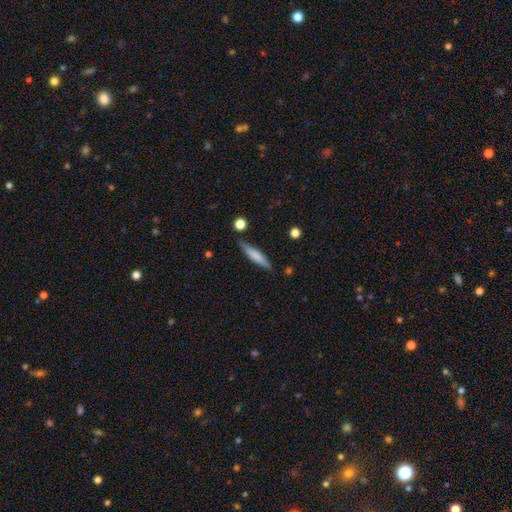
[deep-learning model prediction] Smooth or featured? smooth (66%)
How rounded? cigar-shaped (86%)
Merging? none (84%)